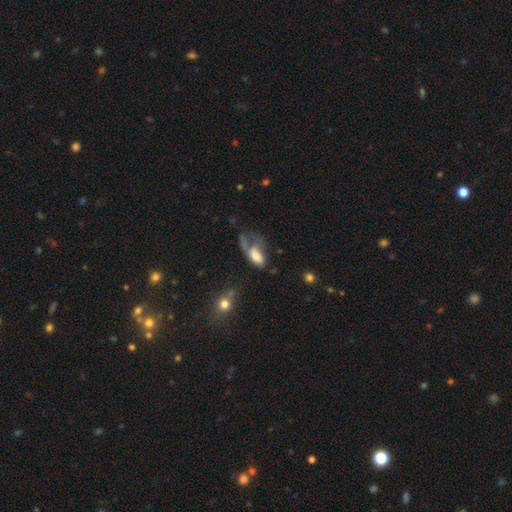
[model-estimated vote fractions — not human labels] A smooth galaxy with no disk features (59%) that is in between round and cigar-shaped (87%).

Vote fractions:
- Smooth or featured? smooth: 59% / featured or disk: 31% / star or artifact: 10%
- How rounded? in between: 87% / cigar-shaped: 8% / round: 5%
- Merging? major disturbance: 56% / none: 18% / minor disturbance: 17% / merger: 10%